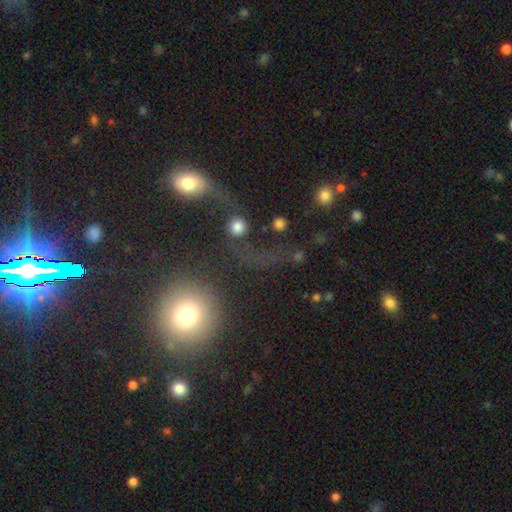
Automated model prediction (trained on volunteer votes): smooth 37%, featured or disk 34%, star or artifact 29%. Down the decision tree: merging — none (44%).